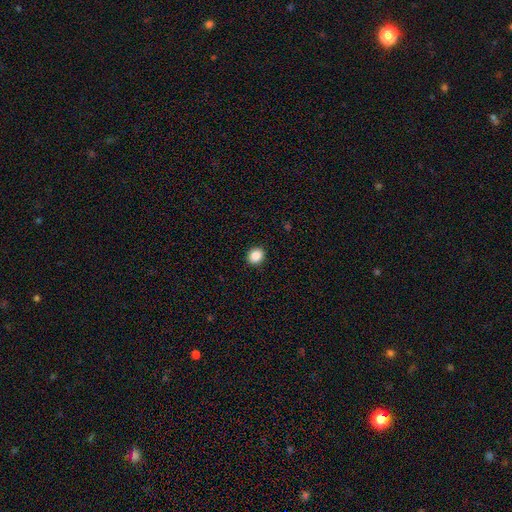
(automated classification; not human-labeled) This appears to be a smooth galaxy with no disk features (87%) that is round (76%). Merging: none (92%).